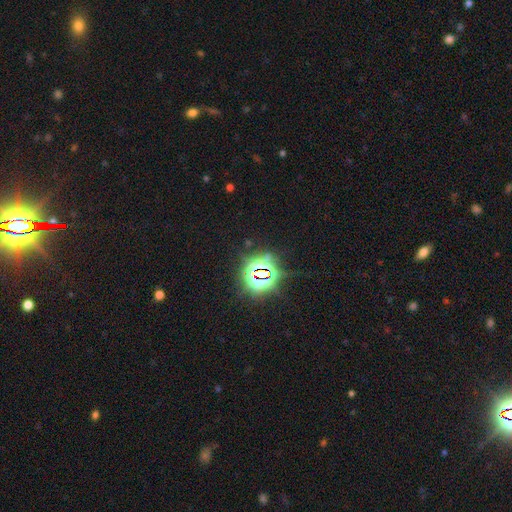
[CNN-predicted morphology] Smooth or featured? Predicted: star or artifact (p=0.84).